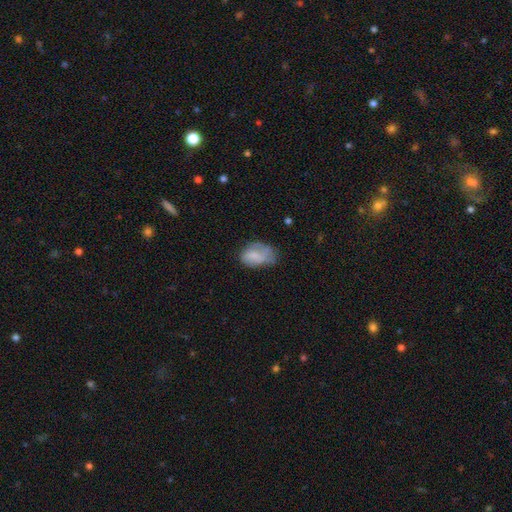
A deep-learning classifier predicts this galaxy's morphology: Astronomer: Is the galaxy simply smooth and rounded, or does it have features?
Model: smooth — 70%.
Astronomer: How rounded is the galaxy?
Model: in between — 87%.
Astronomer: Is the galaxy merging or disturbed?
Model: none — 40% (runner-up: minor disturbance, 36%).